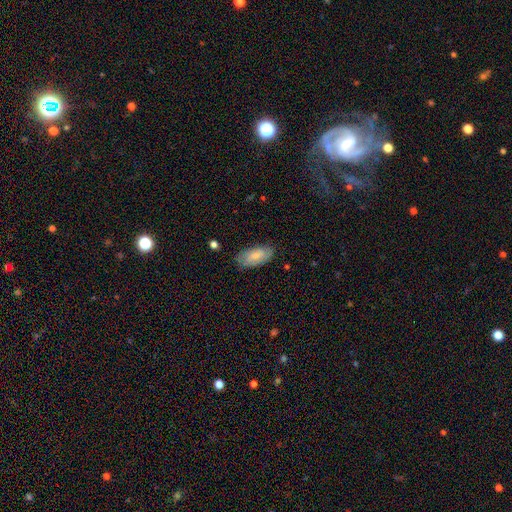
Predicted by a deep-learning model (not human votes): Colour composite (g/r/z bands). It shows a smooth galaxy with no disk features (71%) that is in between round and cigar-shaped (91%). Merging: none (79%).